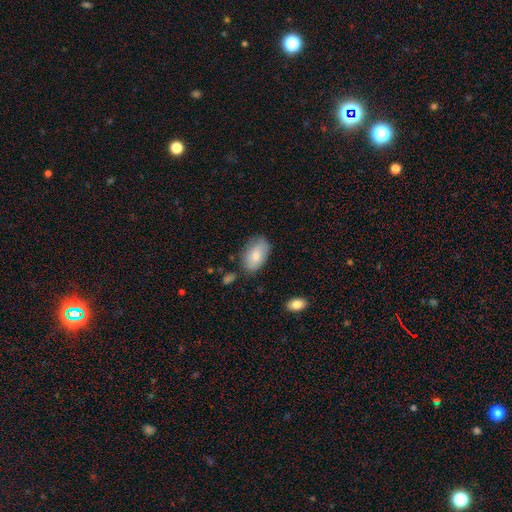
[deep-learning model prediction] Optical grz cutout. It shows a smooth galaxy with no disk features (79%) that is in between round and cigar-shaped (93%). Merging: none (71%).